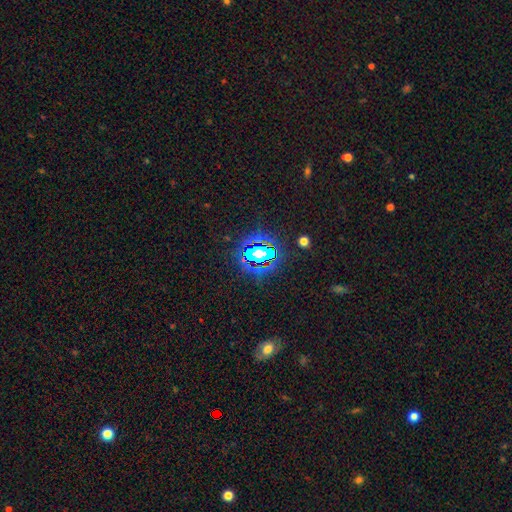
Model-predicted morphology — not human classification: A star or artifact, not a galaxy (79%).